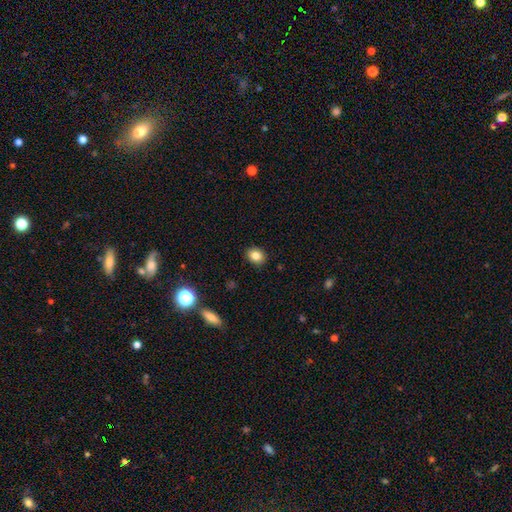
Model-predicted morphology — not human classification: Smooth or featured? Predicted: smooth (p=0.83). How rounded? Predicted: round (p=0.54). Merging? Predicted: none (p=0.90).